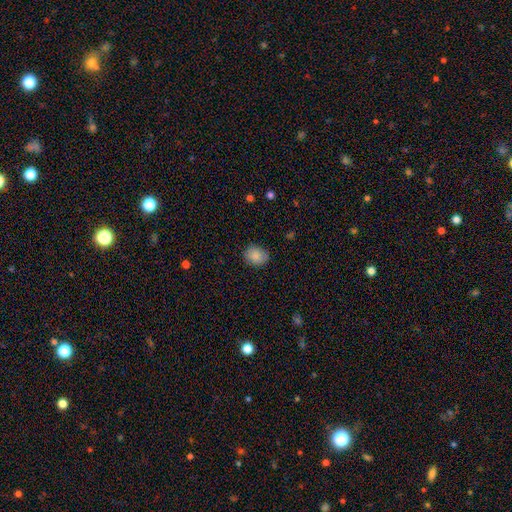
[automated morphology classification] Q: Smooth or featured?
A: smooth (87%); runner-up: star or artifact (8%)
Q: How rounded?
A: round (56%); runner-up: in between (43%)
Q: Merging?
A: none (84%); runner-up: minor disturbance (12%)